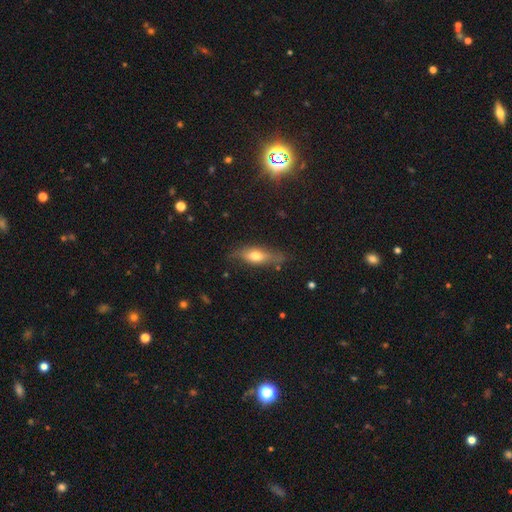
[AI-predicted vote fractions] Morphology: type=smooth (56%); roundness=in between (58%); merging=none (68%).